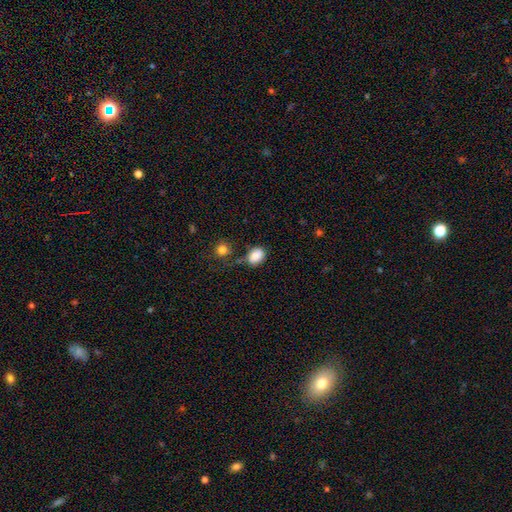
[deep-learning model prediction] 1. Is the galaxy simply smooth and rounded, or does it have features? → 86% smooth, 9% star or artifact, 5% featured or disk.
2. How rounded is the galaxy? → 72% in between, 27% round, 1% cigar-shaped.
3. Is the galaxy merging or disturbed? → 63% none, 22% minor disturbance, 8% merger, 7% major disturbance.